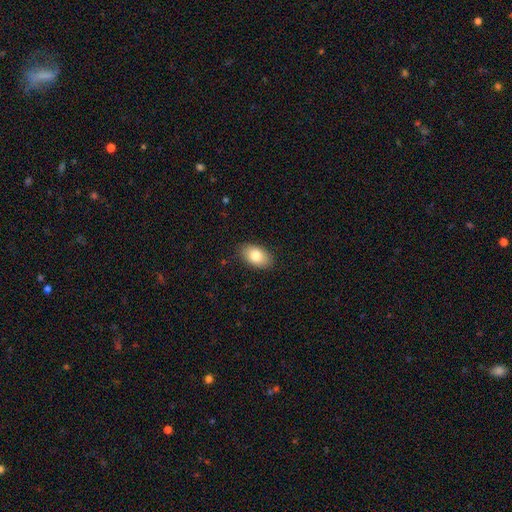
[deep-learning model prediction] Smooth or featured? Predicted: smooth (p=0.81). How rounded? Predicted: in between (p=0.92). Merging? Predicted: none (p=0.87).